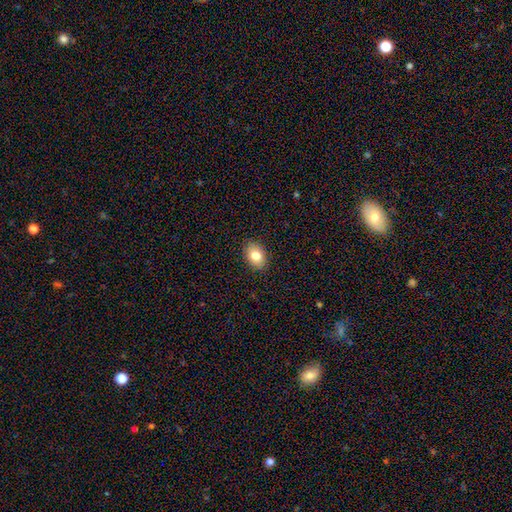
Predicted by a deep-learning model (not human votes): Overall: smooth (79%). How rounded: in between (77%). Merging: none (89%).